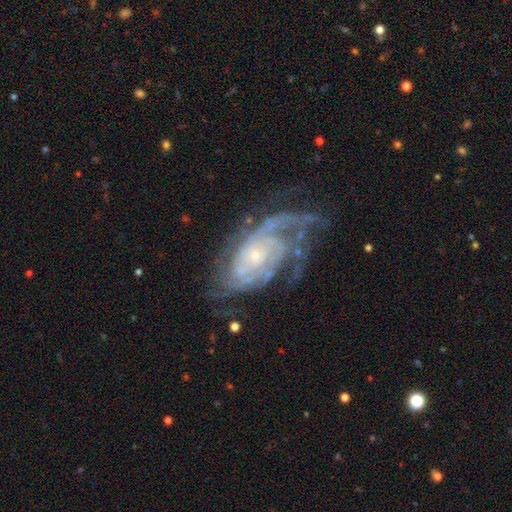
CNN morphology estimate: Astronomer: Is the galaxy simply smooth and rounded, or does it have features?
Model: featured or disk — 88%.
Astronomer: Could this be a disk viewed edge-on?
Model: no — 96%.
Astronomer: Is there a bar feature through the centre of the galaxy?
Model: no — 72%.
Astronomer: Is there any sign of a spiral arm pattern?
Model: yes — 96%.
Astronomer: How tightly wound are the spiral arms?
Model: tight — 60%.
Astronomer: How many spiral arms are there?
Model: can't tell — 26% (runner-up: 2, 25%).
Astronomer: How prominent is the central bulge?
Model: small — 78%.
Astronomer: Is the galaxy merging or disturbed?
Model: none — 56%.